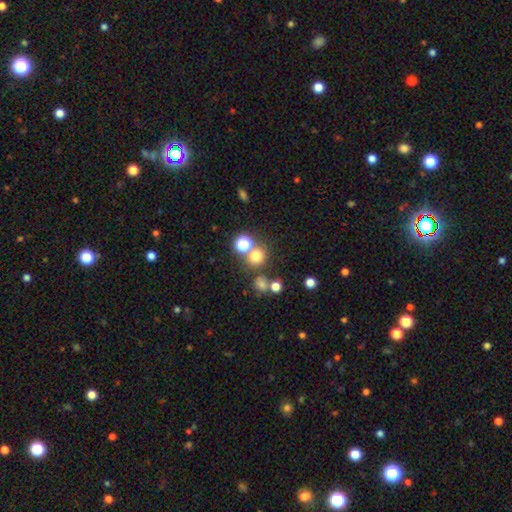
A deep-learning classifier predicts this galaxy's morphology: A smooth galaxy with no disk features (69%) that is round (84%). Merging: none (66%).